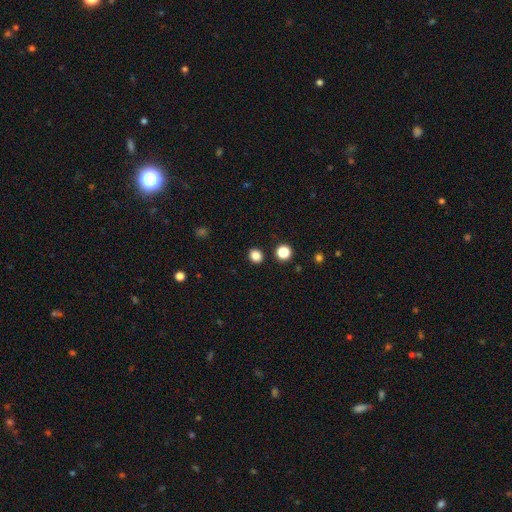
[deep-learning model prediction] smooth 84%, star or artifact 12%, featured or disk 3%. Down the decision tree: how rounded — round (78%); merging — none (90%).